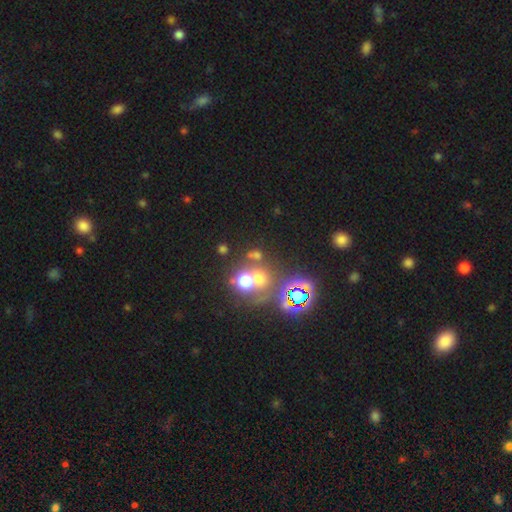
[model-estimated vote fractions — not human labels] smooth-or-featured: smooth: 45% | star or artifact: 42% | featured or disk: 13%
  merging: none: 56% | merger: 31% | minor disturbance: 8% | major disturbance: 5%